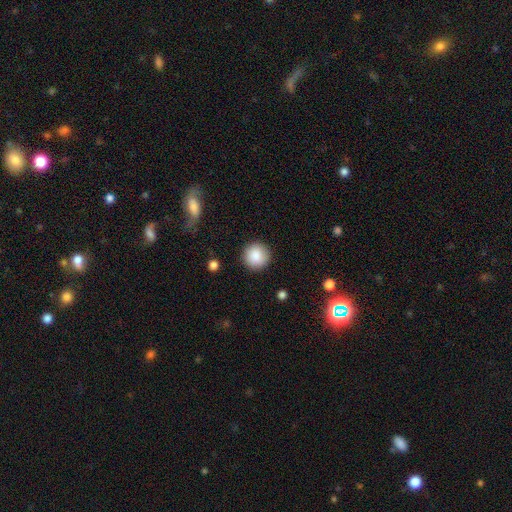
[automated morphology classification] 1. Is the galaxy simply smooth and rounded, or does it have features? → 88% smooth, 8% star or artifact, 4% featured or disk.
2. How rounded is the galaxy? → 95% round, 4% in between, 1% cigar-shaped.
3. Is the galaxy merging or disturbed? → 91% none, 6% minor disturbance, 2% major disturbance, 1% merger.